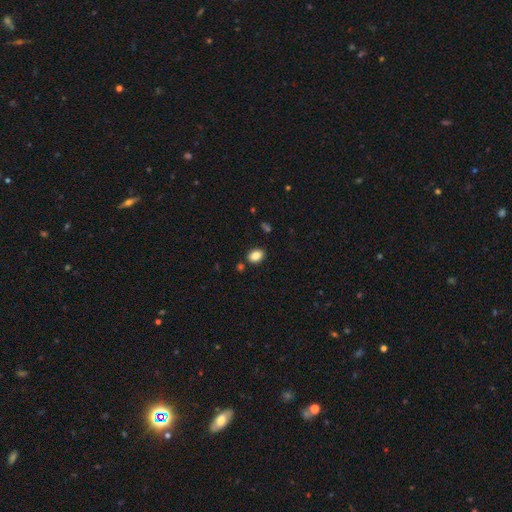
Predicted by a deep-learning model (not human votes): Overall: smooth (87%). How rounded: in between (80%). Merging: none (84%).